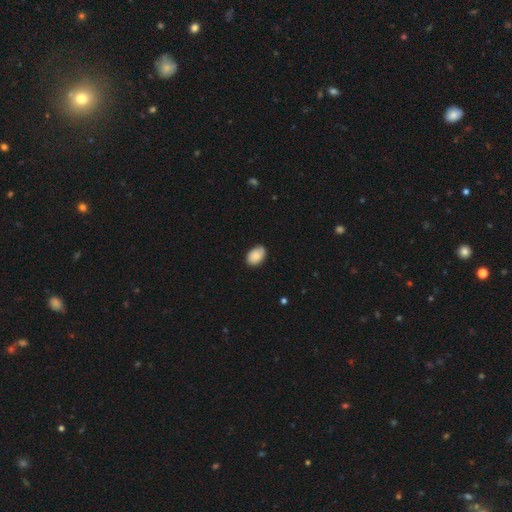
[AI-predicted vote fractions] A smooth galaxy with no disk features (83%) that is in between round and cigar-shaped (86%).

Vote fractions:
- Smooth or featured? smooth: 83% / featured or disk: 10% / star or artifact: 7%
- How rounded? in between: 86% / round: 13% / cigar-shaped: 1%
- Merging? none: 79% / minor disturbance: 18% / major disturbance: 3% / merger: 1%